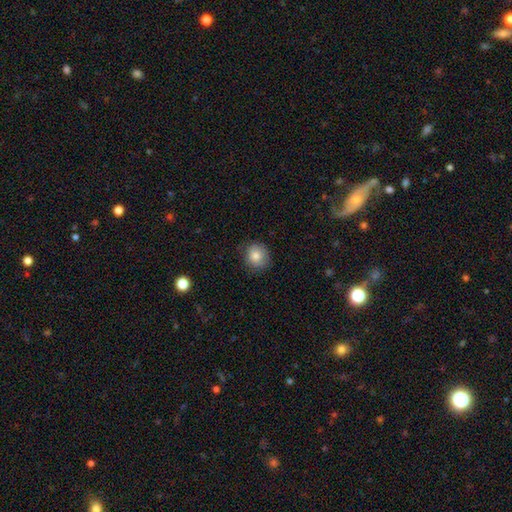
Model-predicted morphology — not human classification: smooth_or_featured: smooth (p=0.81) [alt: featured or disk p=0.09]
how_rounded: round (p=0.84) [alt: in between p=0.15]
merging: none (p=0.81) [alt: minor disturbance p=0.15]